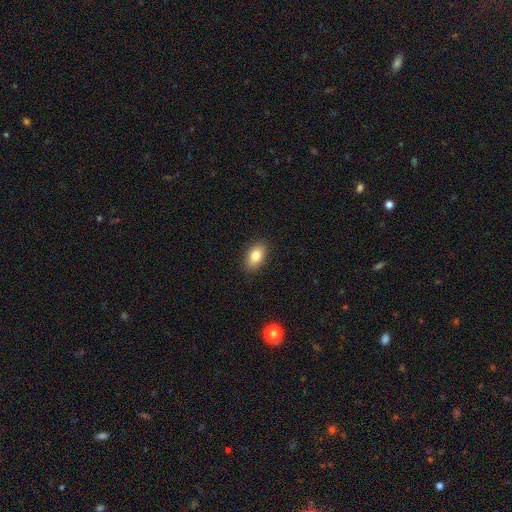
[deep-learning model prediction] Morphology: type=smooth (81%); roundness=in between (90%); merging=none (88%).